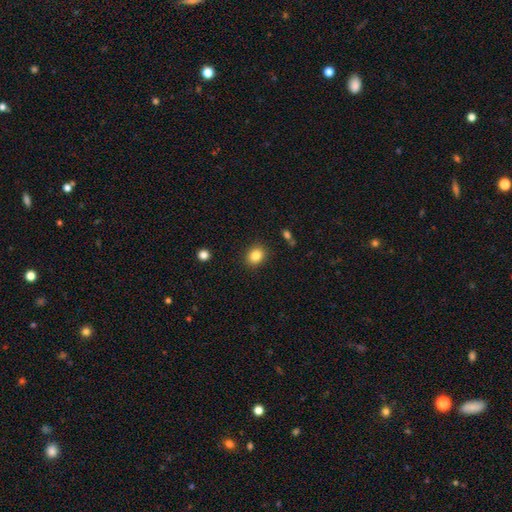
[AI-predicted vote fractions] smooth_or_featured: smooth (p=0.84) [alt: star or artifact p=0.10]
how_rounded: round (p=0.63) [alt: in between p=0.36]
merging: none (p=0.88) [alt: minor disturbance p=0.08]